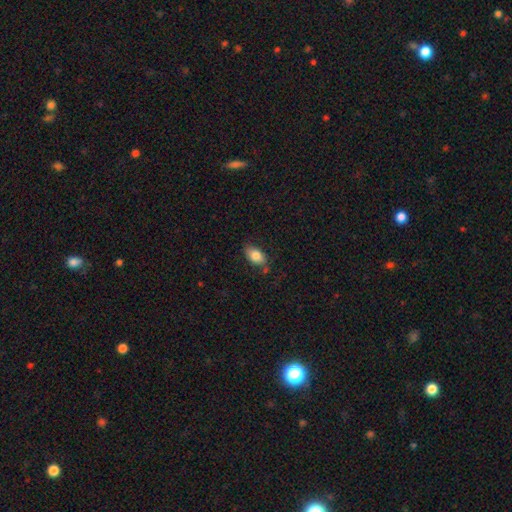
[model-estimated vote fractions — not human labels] Smooth or featured? Predicted: smooth (p=0.83). How rounded? Predicted: in between (p=0.91). Merging? Predicted: none (p=0.74).